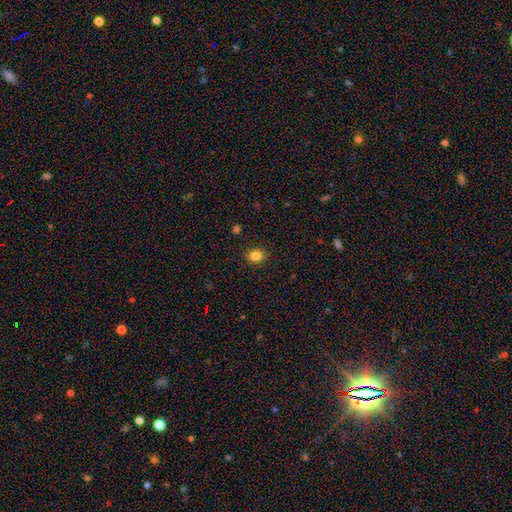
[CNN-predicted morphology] smooth-or-featured: smooth: 83% | star or artifact: 12% | featured or disk: 5%
  how-rounded: round: 62% | in between: 37% | cigar-shaped: 1%
  merging: none: 89% | minor disturbance: 8% | major disturbance: 2% | merger: 1%